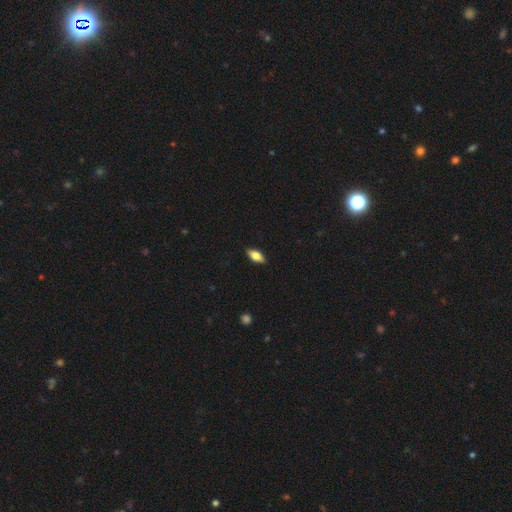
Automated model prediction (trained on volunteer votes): smooth_or_featured: smooth (p=0.74) [alt: featured or disk p=0.20]
how_rounded: in between (p=0.85) [alt: cigar-shaped p=0.12]
merging: none (p=0.89) [alt: minor disturbance p=0.09]